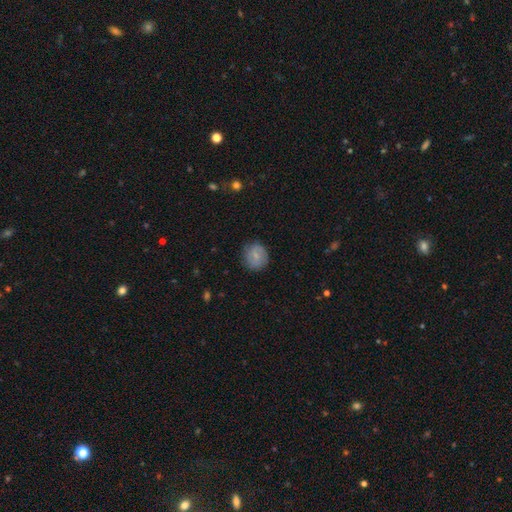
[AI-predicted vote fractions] A smooth galaxy with no disk features (66%) that is round (80%). Merging: none (81%).